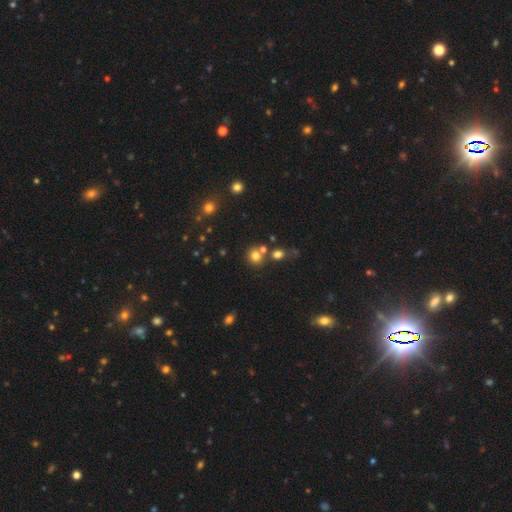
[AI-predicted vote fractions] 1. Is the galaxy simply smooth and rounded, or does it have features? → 75% smooth, 17% star or artifact, 9% featured or disk.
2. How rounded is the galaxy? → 85% round, 14% in between, 1% cigar-shaped.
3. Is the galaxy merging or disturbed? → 61% none, 26% merger, 9% minor disturbance, 4% major disturbance.